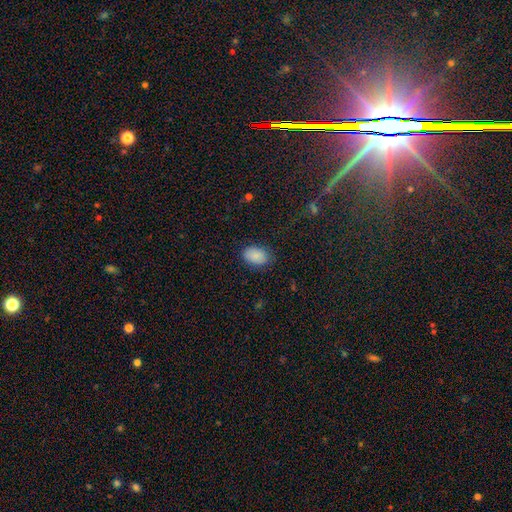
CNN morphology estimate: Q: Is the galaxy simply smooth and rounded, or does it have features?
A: smooth — 88%.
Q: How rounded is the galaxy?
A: in between — 89%.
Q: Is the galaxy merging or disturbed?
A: none — 82%.